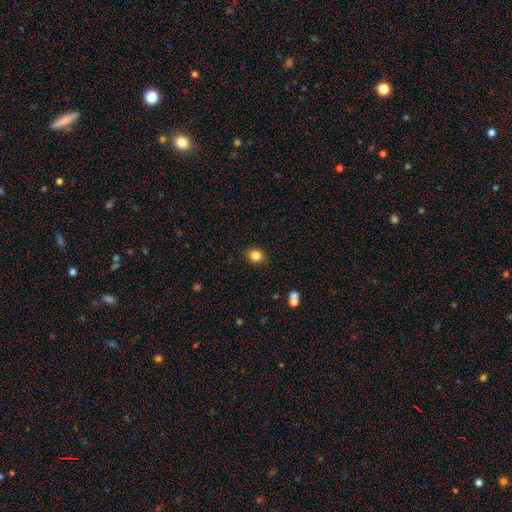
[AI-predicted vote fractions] A smooth galaxy with no disk features (84%) that is round (61%). Merging: none (88%).